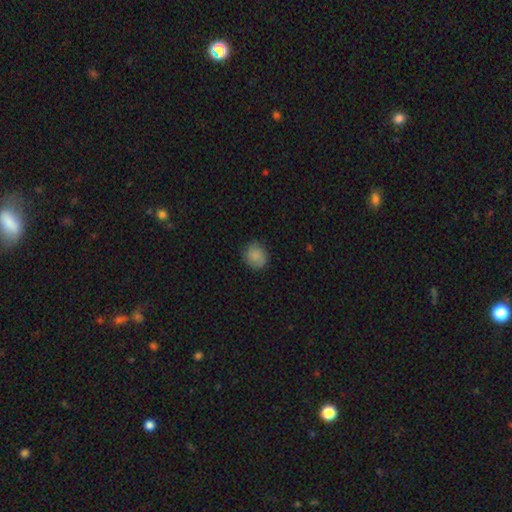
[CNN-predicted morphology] Overall: smooth (84%). How rounded: round (78%). Merging: none (82%).